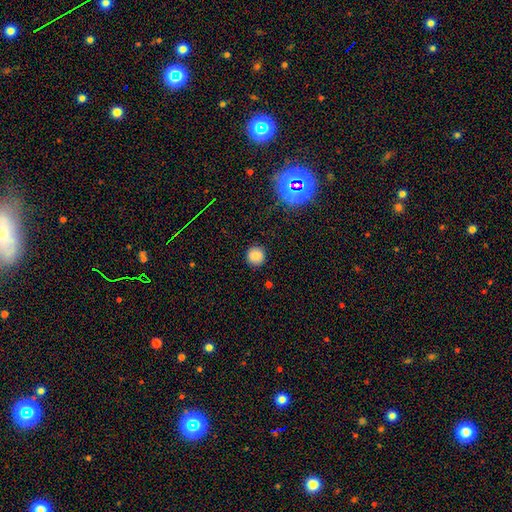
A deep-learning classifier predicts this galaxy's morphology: This is clearly a smooth galaxy (82%). How rounded: clearly round (94%). Merging: clearly none (90%).